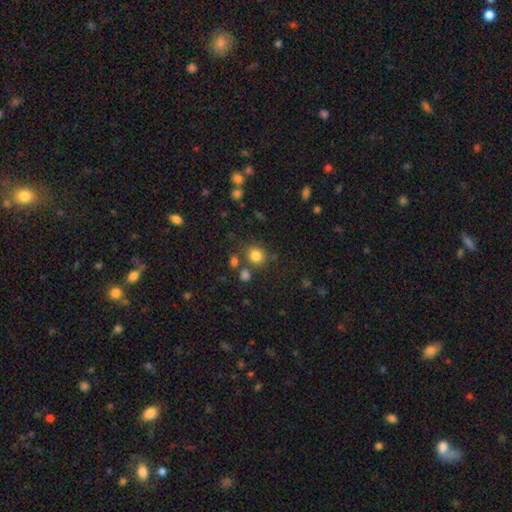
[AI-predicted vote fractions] Smooth or featured: smooth — 81% (star or artifact — 13%)
How rounded: round — 85% (in between — 14%)
Merging: none — 74% (minor disturbance — 11%)